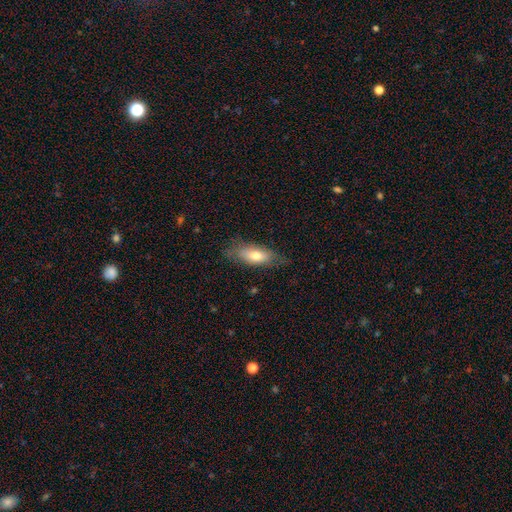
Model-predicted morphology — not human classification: A smooth galaxy with no disk features (68%) that is in between round and cigar-shaped (71%).

Vote fractions:
- Smooth or featured? smooth: 68% / featured or disk: 26% / star or artifact: 6%
- How rounded? in between: 71% / cigar-shaped: 26% / round: 3%
- Merging? none: 73% / minor disturbance: 20% / major disturbance: 5% / merger: 1%